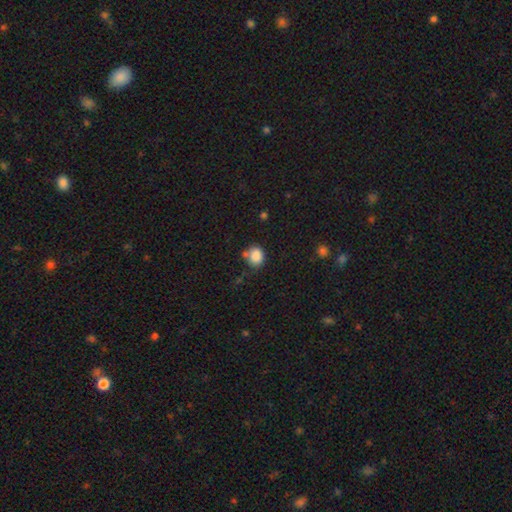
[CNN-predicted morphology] Smooth or featured? Predicted: smooth (p=0.85). How rounded? Predicted: round (p=0.54). Merging? Predicted: none (p=0.59).